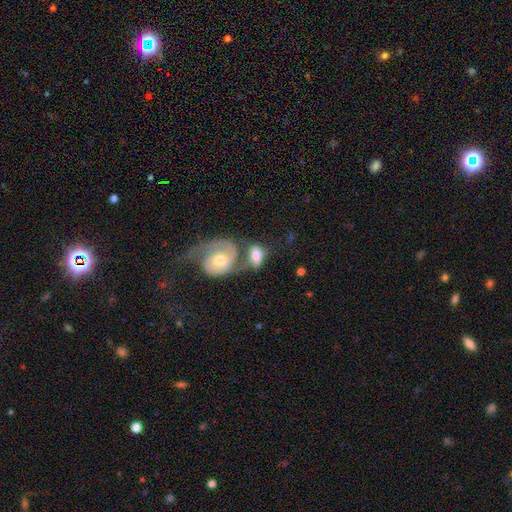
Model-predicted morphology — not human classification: Smooth or featured? Predicted: featured or disk (p=0.47). Merging? Predicted: merger (p=0.57).